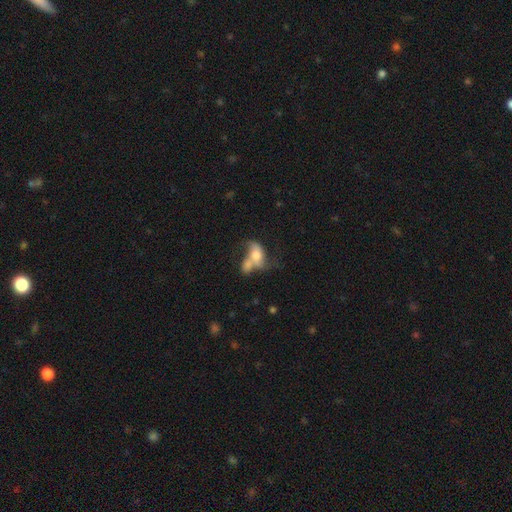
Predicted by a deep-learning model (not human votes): smooth-or-featured: smooth: 48% | featured or disk: 43% | star or artifact: 9%
  merging: merger: 57% | none: 18% | major disturbance: 14% | minor disturbance: 11%